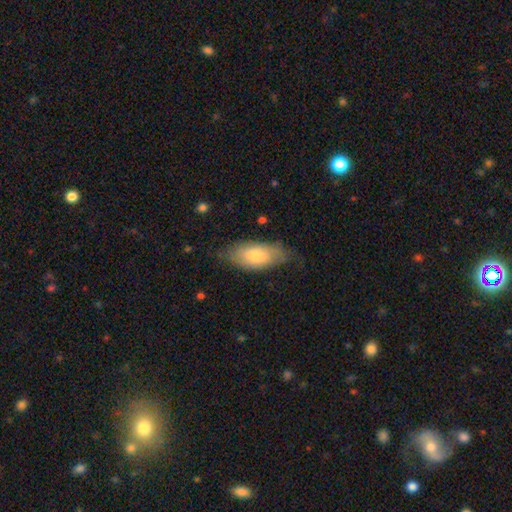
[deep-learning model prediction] Smooth or featured? Predicted: smooth (p=0.75). How rounded? Predicted: in between (p=0.88). Merging? Predicted: none (p=0.65).